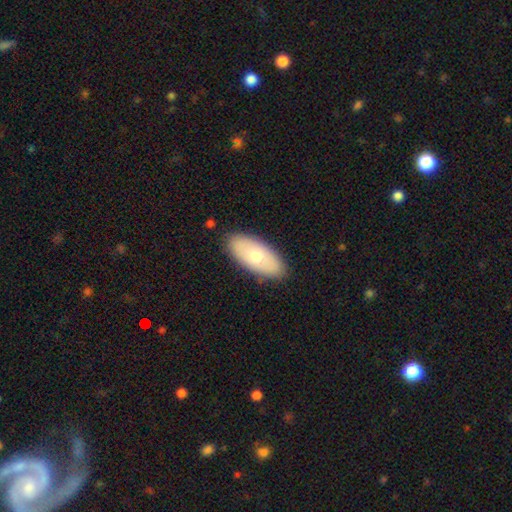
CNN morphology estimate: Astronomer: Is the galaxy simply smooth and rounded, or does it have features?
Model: smooth — 68%.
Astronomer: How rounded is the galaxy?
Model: in between — 91%.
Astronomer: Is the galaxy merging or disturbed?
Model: none — 87%.